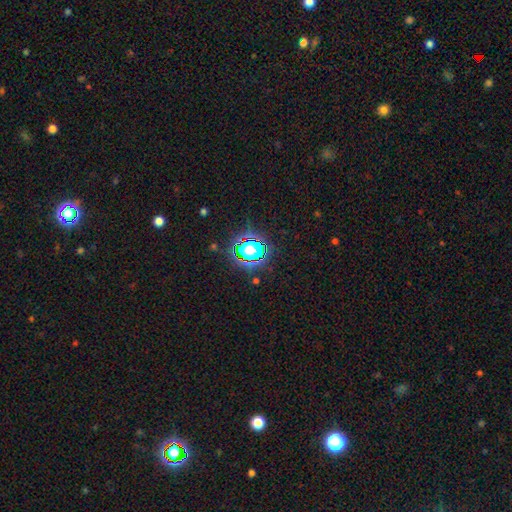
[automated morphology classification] Overall: star or artifact (58%; smooth 29%).